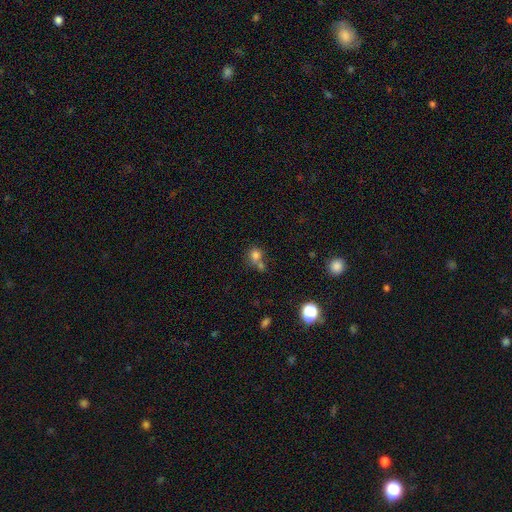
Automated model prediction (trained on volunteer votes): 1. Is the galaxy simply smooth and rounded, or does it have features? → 77% smooth, 14% star or artifact, 9% featured or disk.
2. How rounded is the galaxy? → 75% round, 24% in between, 1% cigar-shaped.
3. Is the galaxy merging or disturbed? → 44% none, 40% merger, 11% minor disturbance, 5% major disturbance.